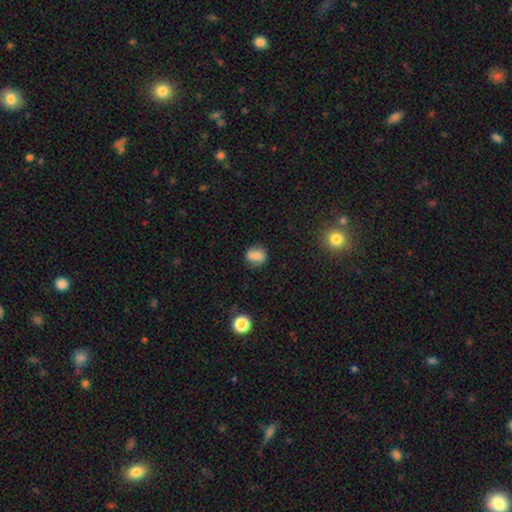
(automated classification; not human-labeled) Smooth or featured? smooth (66%)
How rounded? round (66%)
Merging? none (70%)